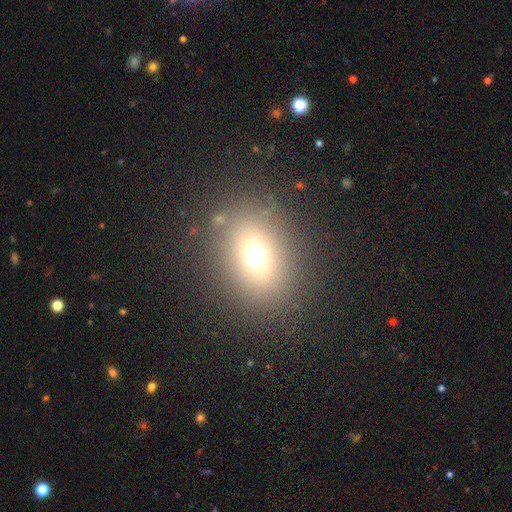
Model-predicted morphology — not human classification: Smooth or featured?
  - smooth: 64% *
  - star or artifact: 23%
  - featured or disk: 13%
How rounded?
  - round: 54% *
  - in between: 44%
  - cigar-shaped: 1%
Merging?
  - none: 84% *
  - minor disturbance: 8%
  - major disturbance: 6%
  - merger: 3%